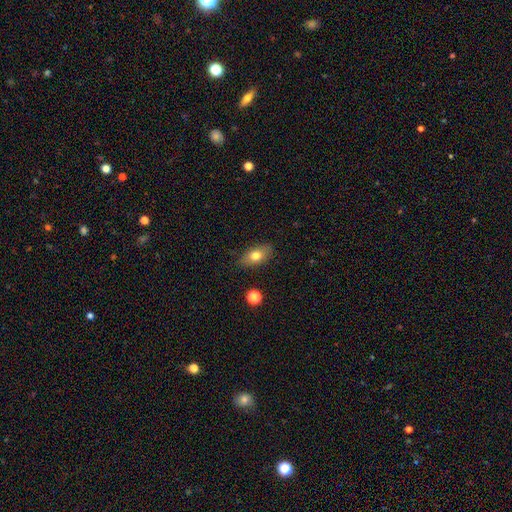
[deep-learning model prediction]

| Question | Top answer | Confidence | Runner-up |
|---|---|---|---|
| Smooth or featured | smooth | 74% | featured or disk (18%) |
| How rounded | in between | 86% | round (9%) |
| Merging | none | 84% | minor disturbance (12%) |